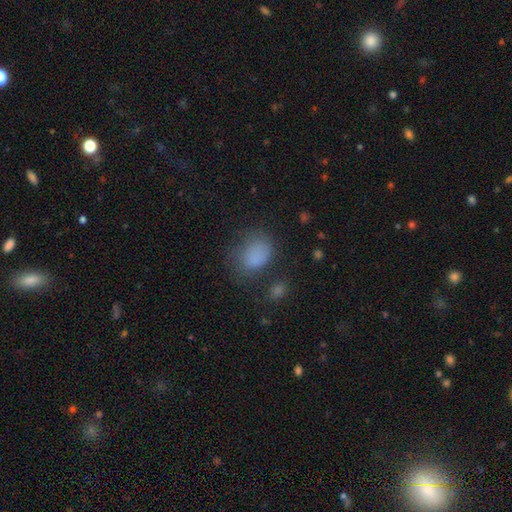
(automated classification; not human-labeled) smooth_or_featured: smooth (p=0.80) [alt: star or artifact p=0.12]
how_rounded: in between (p=0.63) [alt: round p=0.36]
merging: none (p=0.52) [alt: minor disturbance p=0.26]